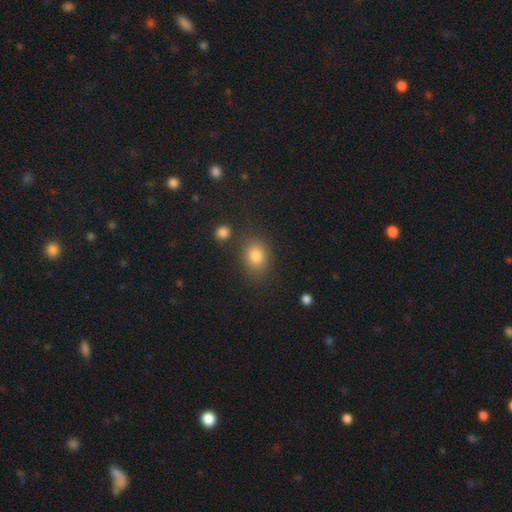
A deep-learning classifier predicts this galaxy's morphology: smooth 80%, star or artifact 13%, featured or disk 7%. Down the decision tree: how rounded — in between (51%); merging — none (79%).